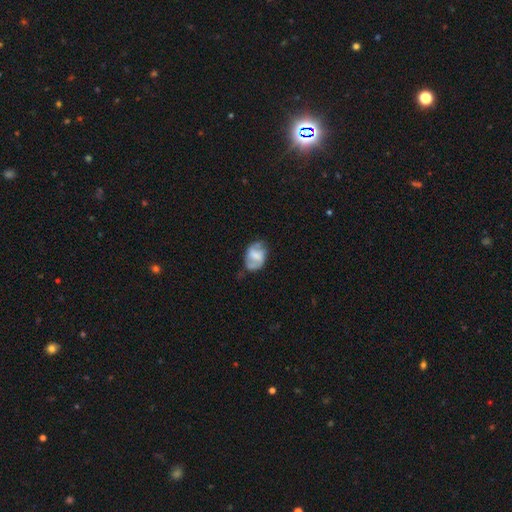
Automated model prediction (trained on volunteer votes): A featured or disk galaxy (46%, tied with smooth).

Vote fractions:
- Smooth or featured? featured or disk: 46% (tied) / smooth: 46% (tied) / star or artifact: 8%
- Merging? none: 47% / minor disturbance: 33% / major disturbance: 16% / merger: 4%